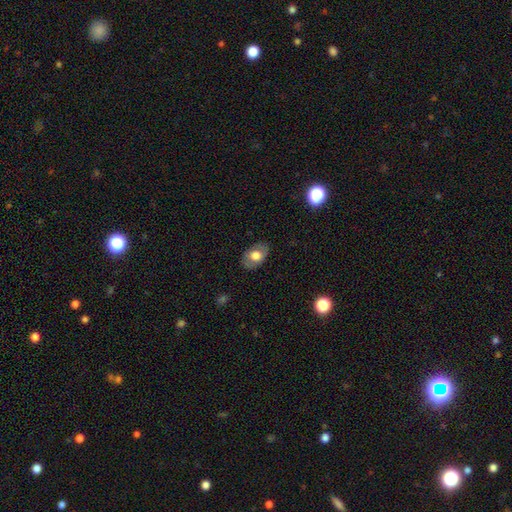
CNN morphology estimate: A smooth galaxy with no disk features (64%) that is in between round and cigar-shaped (85%). Merging: none (81%).